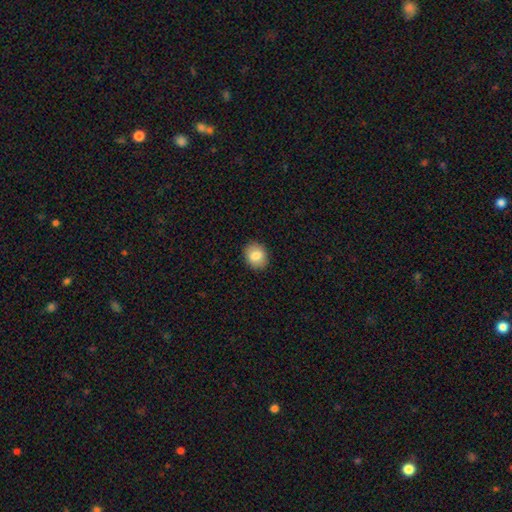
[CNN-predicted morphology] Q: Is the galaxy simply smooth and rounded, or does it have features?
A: smooth — 81%.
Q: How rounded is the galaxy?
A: round — 54%.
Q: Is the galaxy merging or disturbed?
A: none — 89%.